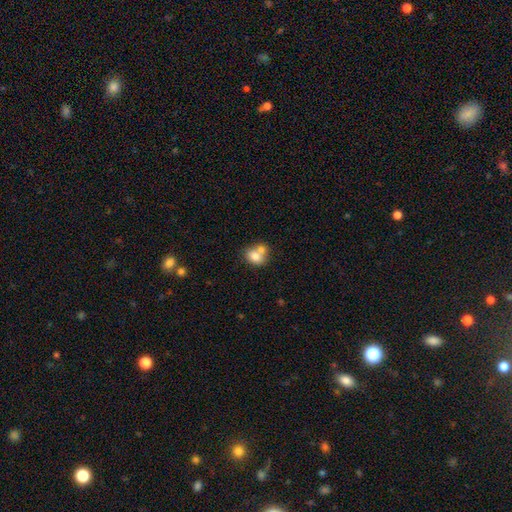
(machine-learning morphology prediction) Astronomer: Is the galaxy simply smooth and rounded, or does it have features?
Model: smooth — 76%.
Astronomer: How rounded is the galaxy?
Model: in between — 50% (runner-up: round, 49%).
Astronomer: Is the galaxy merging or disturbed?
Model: merger — 54% (runner-up: none, 34%).